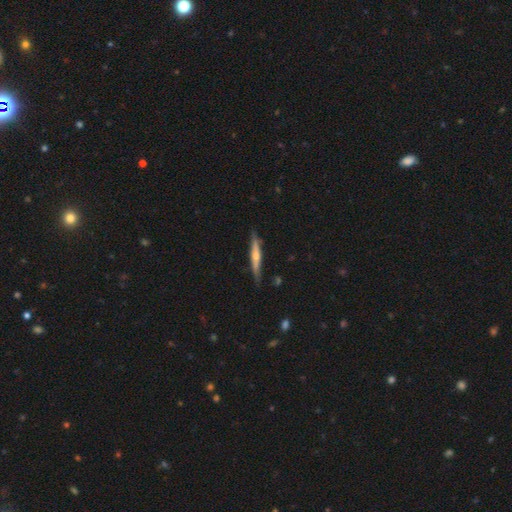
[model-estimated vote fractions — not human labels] This appears to be a featured or disk galaxy (66%) viewed edge-on (97%) with a rounded central bulge (77%). Merging: none (86%).